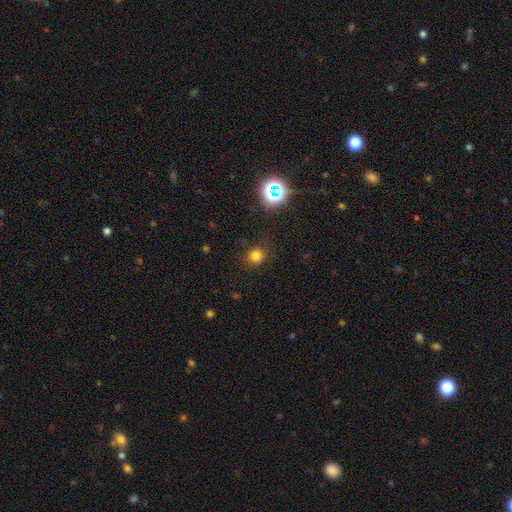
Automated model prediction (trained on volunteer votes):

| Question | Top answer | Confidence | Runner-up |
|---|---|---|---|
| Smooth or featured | smooth | 75% | star or artifact (20%) |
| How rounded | round | 90% | in between (9%) |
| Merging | none | 84% | minor disturbance (10%) |